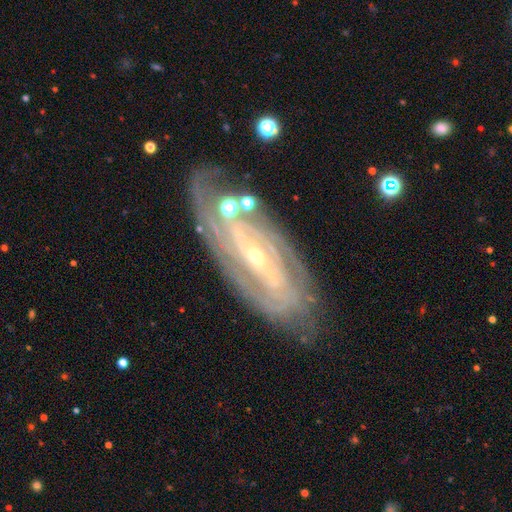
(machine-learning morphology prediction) Smooth or featured? featured or disk (86%)
Edge-on disk? no (90%)
Bar? no (42%)
Spiral arms? yes (91%)
Spiral winding? tight (68%)
Spiral arm count? can't tell (36%)
Bulge size? small (74%)
Merging? none (73%)